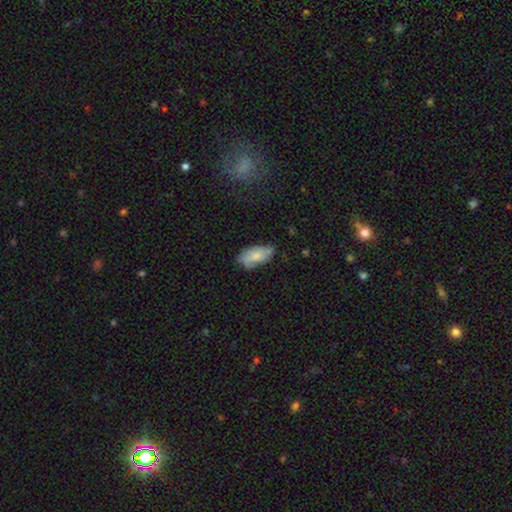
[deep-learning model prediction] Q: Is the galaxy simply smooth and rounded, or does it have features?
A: smooth — 65%.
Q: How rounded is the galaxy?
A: in between — 92%.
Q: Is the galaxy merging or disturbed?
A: none — 56%.